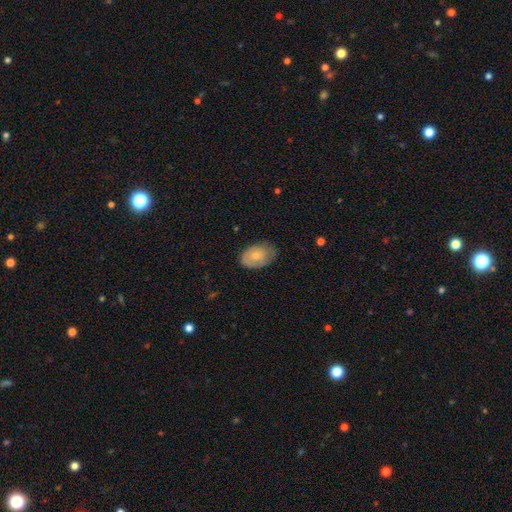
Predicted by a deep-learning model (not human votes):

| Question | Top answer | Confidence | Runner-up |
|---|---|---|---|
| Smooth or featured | smooth | 65% | featured or disk (29%) |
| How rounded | in between | 86% | round (13%) |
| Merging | none | 62% | minor disturbance (29%) |